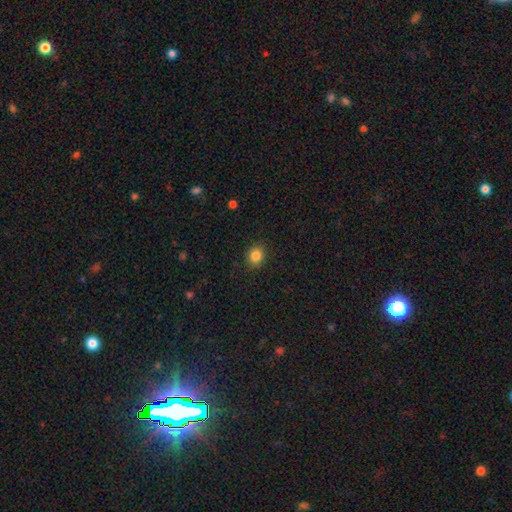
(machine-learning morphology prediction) Q: Smooth or featured?
A: smooth (84%); runner-up: star or artifact (11%)
Q: How rounded?
A: round (71%); runner-up: in between (28%)
Q: Merging?
A: none (88%); runner-up: minor disturbance (8%)